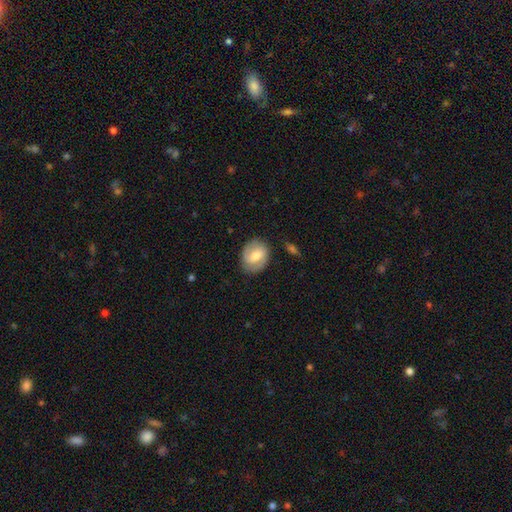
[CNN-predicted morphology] smooth-or-featured: featured or disk: 53% | smooth: 42% | star or artifact: 6%
  disk-edge-on: no: 96% | yes: 4%
    bar: weak: 51% | no: 26% | strong: 23%
    has-spiral-arms: yes: 74% | no: 26%
    bulge-size: moderate: 65% | small: 22% | large: 9% | none: 2% | dominant: 1%
  merging: none: 79% | minor disturbance: 15% | major disturbance: 5% | merger: 2%